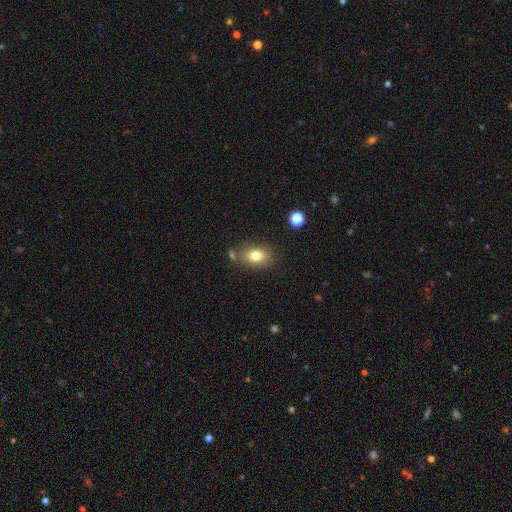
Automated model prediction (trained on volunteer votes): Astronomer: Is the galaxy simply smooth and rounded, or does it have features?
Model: smooth — 80%.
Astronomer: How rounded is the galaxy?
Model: in between — 75%.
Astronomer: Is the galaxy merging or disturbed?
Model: none — 72%.